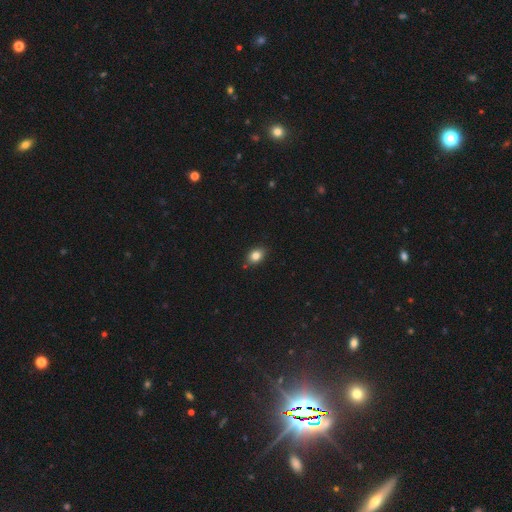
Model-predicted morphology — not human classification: A smooth galaxy with no disk features (83%) that is in between round and cigar-shaped (68%).

Vote fractions:
- Smooth or featured? smooth: 83% / star or artifact: 10% / featured or disk: 7%
- How rounded? in between: 68% / round: 31% / cigar-shaped: 1%
- Merging? none: 83% / minor disturbance: 12% / merger: 3% / major disturbance: 2%